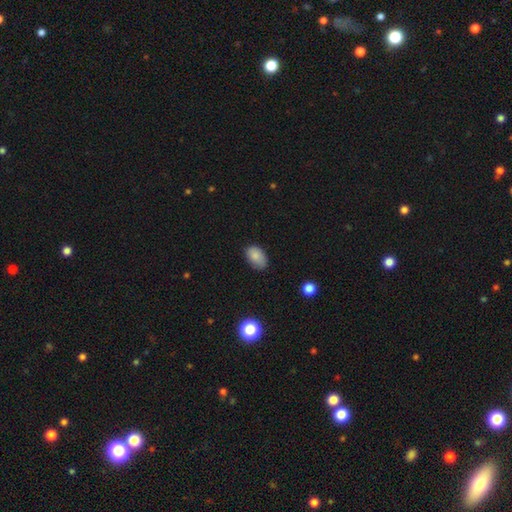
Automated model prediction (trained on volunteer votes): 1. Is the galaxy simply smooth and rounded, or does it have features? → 84% smooth, 9% star or artifact, 7% featured or disk.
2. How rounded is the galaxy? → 89% in between, 10% round, 1% cigar-shaped.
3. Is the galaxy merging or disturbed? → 74% none, 21% minor disturbance, 4% major disturbance, 1% merger.